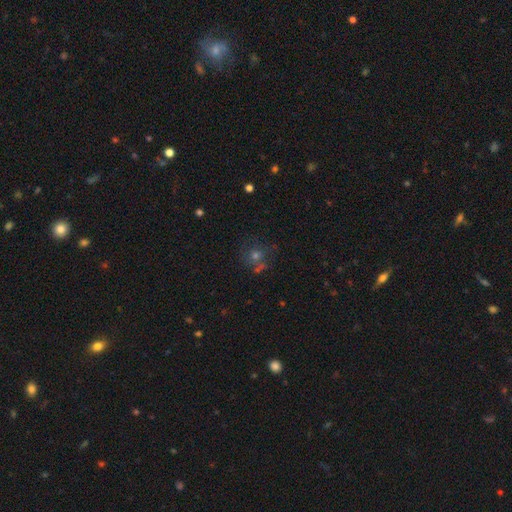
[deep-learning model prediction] This is possibly a smooth galaxy (47%). Merging: likely none (64%).